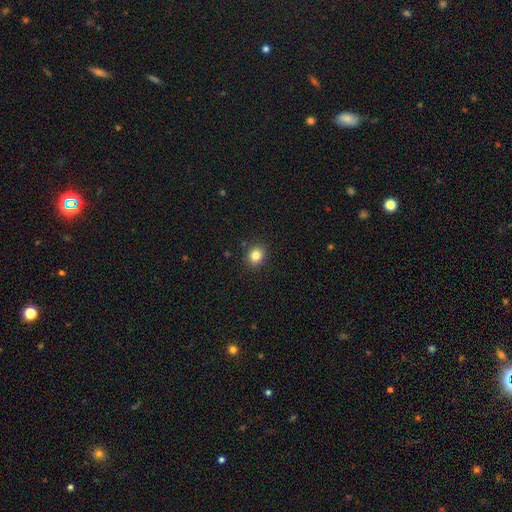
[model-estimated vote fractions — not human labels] Smooth or featured?
  - smooth: 83% *
  - star or artifact: 11%
  - featured or disk: 6%
How rounded?
  - round: 66% *
  - in between: 34%
  - cigar-shaped: 1%
Merging?
  - none: 89% *
  - minor disturbance: 7%
  - major disturbance: 2%
  - merger: 1%